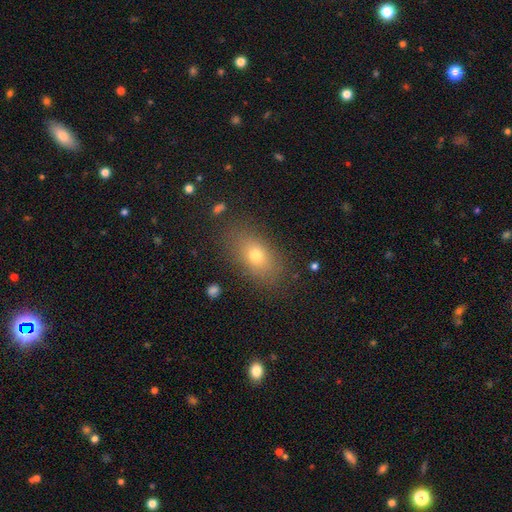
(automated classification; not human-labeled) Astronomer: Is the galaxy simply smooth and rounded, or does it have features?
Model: smooth — 72%.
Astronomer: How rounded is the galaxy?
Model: in between — 82%.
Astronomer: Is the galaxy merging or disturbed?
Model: none — 82%.